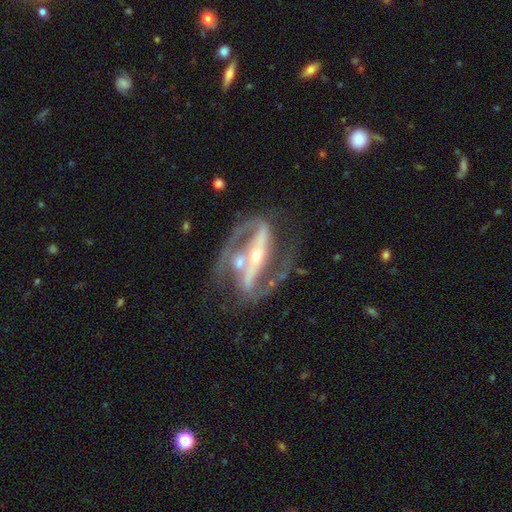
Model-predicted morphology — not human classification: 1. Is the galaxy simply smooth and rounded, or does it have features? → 91% featured or disk, 5% star or artifact, 4% smooth.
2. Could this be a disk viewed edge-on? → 91% no, 9% yes.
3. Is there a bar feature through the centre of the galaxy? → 78% strong, 12% weak, 10% no.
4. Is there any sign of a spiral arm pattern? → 94% yes, 6% no.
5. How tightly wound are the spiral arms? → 51% medium, 28% tight, 21% loose.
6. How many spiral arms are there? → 91% 2, 3% can't tell, 2% 1, 2% 3, 1% 4, 1% more than 4.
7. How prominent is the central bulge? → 60% small, 35% moderate, 2% large, 1% none, 1% dominant.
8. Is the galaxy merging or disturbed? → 64% none, 15% minor disturbance, 14% major disturbance, 7% merger.